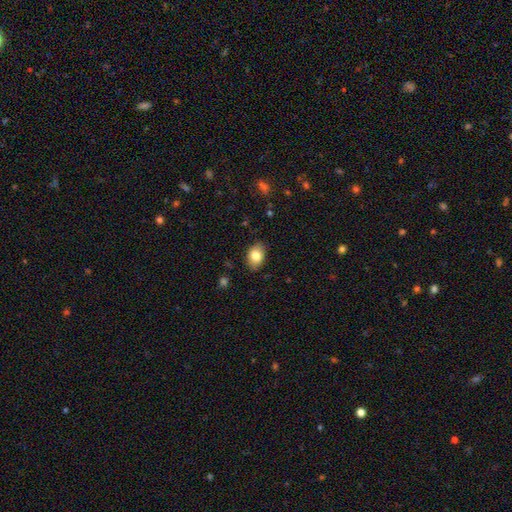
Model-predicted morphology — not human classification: This is clearly a smooth galaxy (81%). How rounded: clearly in between (81%). Merging: clearly none (81%).